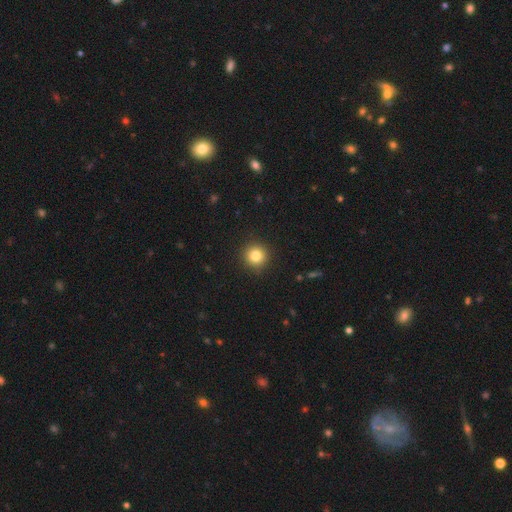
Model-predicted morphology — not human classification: Q: Smooth or featured?
A: smooth (83%); runner-up: star or artifact (11%)
Q: How rounded?
A: round (95%); runner-up: in between (4%)
Q: Merging?
A: none (92%); runner-up: minor disturbance (5%)